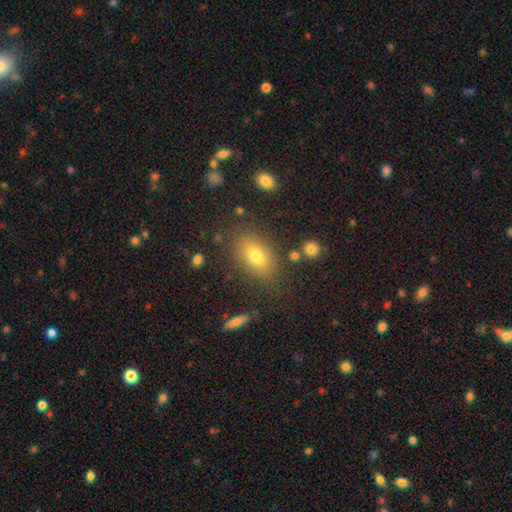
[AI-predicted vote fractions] Q: Smooth or featured?
A: smooth (72%); runner-up: featured or disk (15%)
Q: How rounded?
A: in between (82%); runner-up: round (14%)
Q: Merging?
A: none (80%); runner-up: minor disturbance (12%)